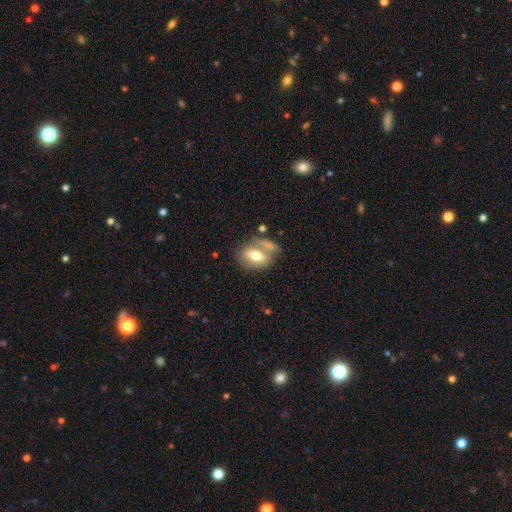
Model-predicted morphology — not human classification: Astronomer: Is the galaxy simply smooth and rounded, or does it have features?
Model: smooth — 60%.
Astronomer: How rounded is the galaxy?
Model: in between — 77%.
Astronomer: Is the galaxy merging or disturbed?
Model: none — 46% (runner-up: merger, 31%).